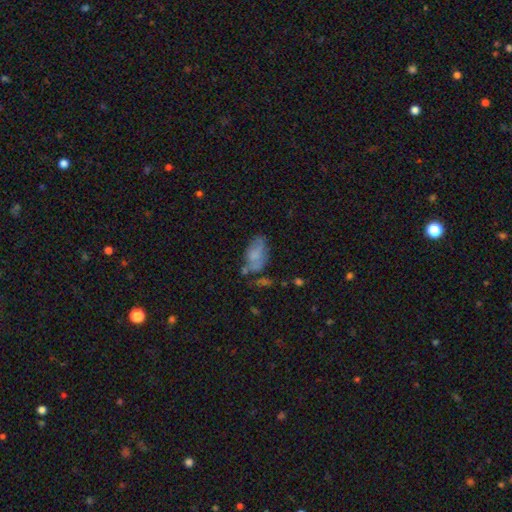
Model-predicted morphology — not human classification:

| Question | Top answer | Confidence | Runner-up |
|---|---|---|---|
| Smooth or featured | smooth | 65% | featured or disk (25%) |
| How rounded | in between | 91% | round (5%) |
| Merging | none | 39% | minor disturbance (28%) |